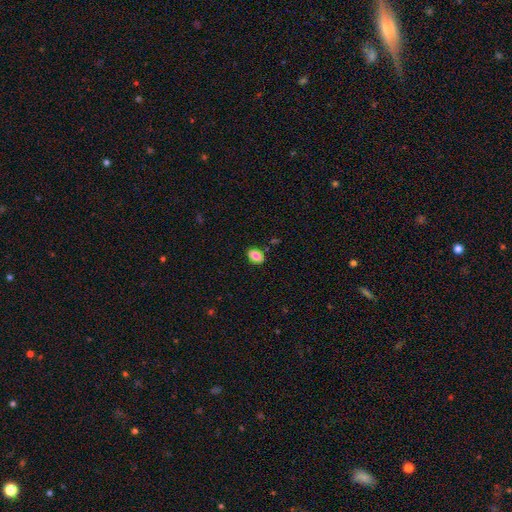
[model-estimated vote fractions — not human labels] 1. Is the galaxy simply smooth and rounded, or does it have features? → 85% smooth, 8% star or artifact, 7% featured or disk.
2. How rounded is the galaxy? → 85% in between, 14% round, 2% cigar-shaped.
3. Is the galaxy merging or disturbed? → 86% none, 9% minor disturbance, 3% merger, 2% major disturbance.